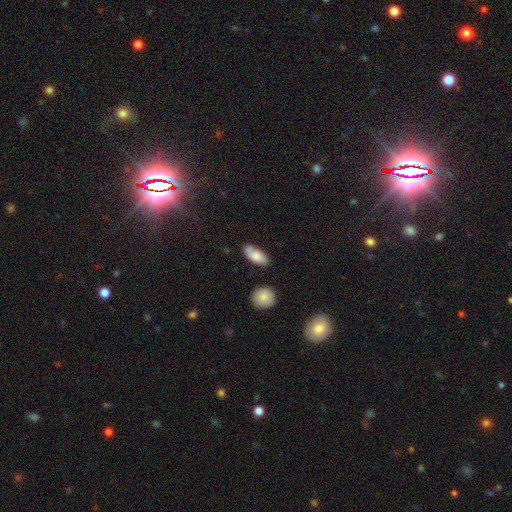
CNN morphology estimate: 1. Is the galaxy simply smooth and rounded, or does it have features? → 77% smooth, 16% featured or disk, 7% star or artifact.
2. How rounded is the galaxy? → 88% in between, 10% cigar-shaped, 3% round.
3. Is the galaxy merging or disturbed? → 72% none, 19% minor disturbance, 4% major disturbance, 4% merger.